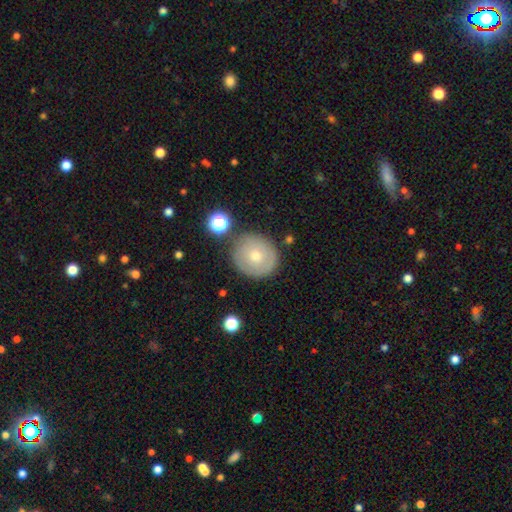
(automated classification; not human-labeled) Overall: smooth (60%; featured or disk 30%). How rounded: round (90%). Merging: none (82%).